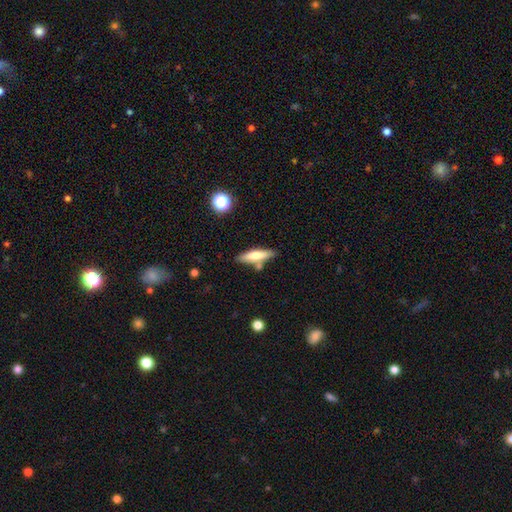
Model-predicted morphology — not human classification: Smooth or featured? Predicted: smooth (p=0.63). How rounded? Predicted: cigar-shaped (p=0.68). Merging? Predicted: none (p=0.74).